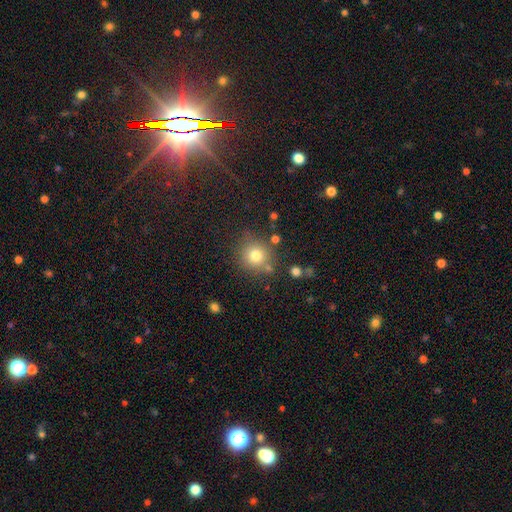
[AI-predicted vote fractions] Smooth or featured? Predicted: smooth (p=0.76). How rounded? Predicted: round (p=0.91). Merging? Predicted: none (p=0.78).